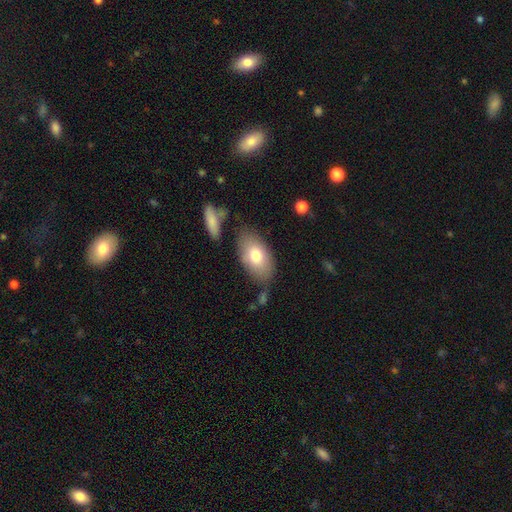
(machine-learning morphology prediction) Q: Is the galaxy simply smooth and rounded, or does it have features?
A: smooth — 75%.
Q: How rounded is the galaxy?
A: in between — 91%.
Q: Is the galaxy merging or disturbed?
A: none — 73%.